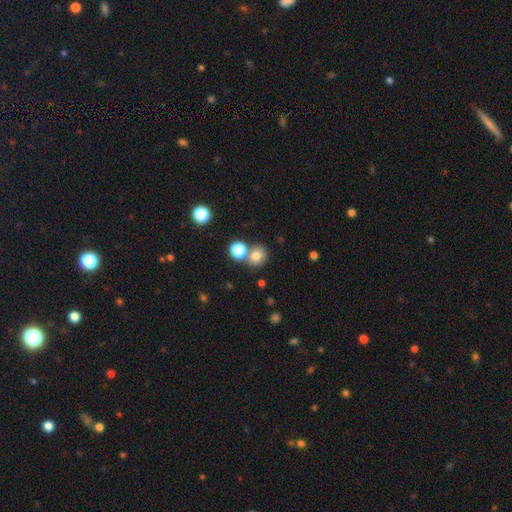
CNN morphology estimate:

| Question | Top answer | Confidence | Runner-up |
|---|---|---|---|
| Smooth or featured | smooth | 77% | star or artifact (14%) |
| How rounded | round | 76% | in between (23%) |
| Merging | none | 63% | merger (24%) |